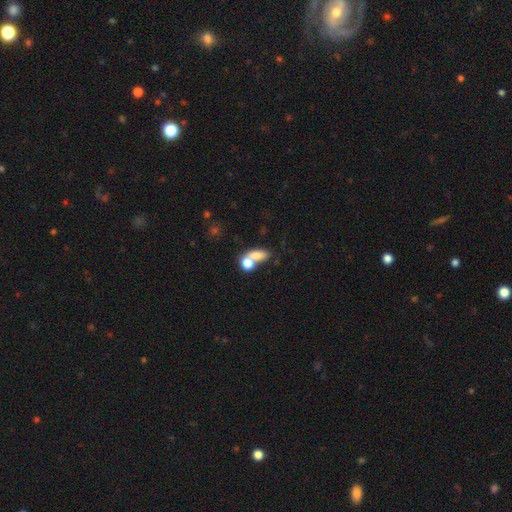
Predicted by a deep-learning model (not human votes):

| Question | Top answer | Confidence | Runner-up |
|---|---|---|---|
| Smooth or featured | smooth | 73% | featured or disk (16%) |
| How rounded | in between | 71% | round (22%) |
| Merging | merger | 56% | none (28%) |